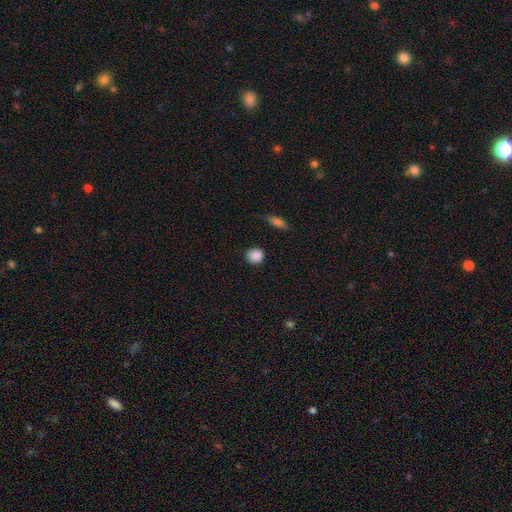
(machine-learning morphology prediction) Smooth or featured: smooth — 88% (star or artifact — 9%)
How rounded: round — 86% (in between — 13%)
Merging: none — 86% (minor disturbance — 10%)